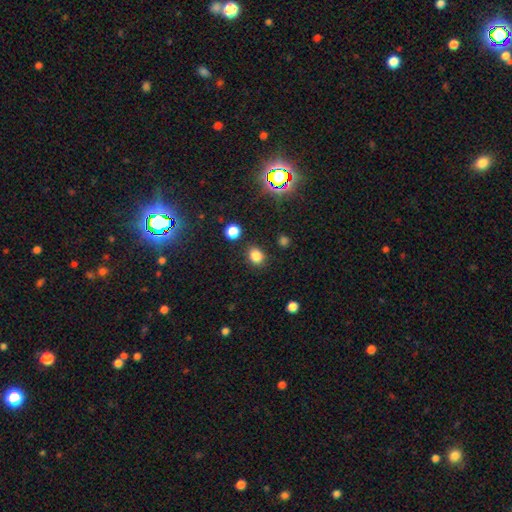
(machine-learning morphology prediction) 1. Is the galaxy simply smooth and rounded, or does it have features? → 82% smooth, 14% star or artifact, 5% featured or disk.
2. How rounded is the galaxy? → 61% round, 38% in between, 1% cigar-shaped.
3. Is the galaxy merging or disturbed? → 82% none, 10% minor disturbance, 4% merger, 4% major disturbance.